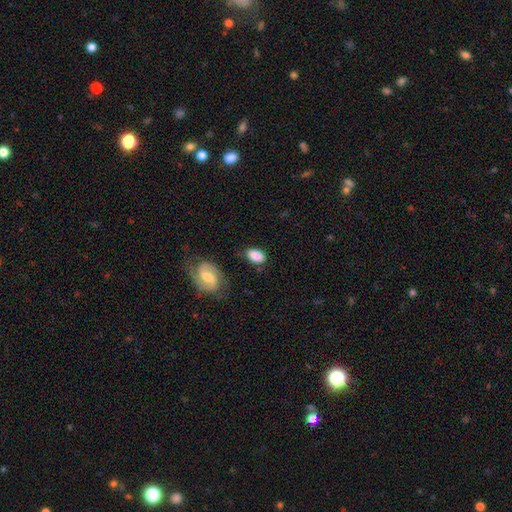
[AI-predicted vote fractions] smooth_or_featured: smooth (p=0.80) [alt: featured or disk p=0.13]
how_rounded: in between (p=0.91) [alt: round p=0.07]
merging: none (p=0.72) [alt: minor disturbance p=0.18]